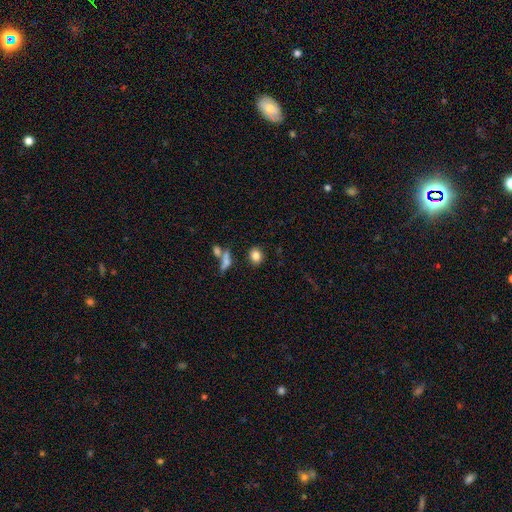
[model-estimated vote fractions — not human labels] Smooth or featured? Predicted: smooth (p=0.82). How rounded? Predicted: round (p=0.57). Merging? Predicted: none (p=0.79).